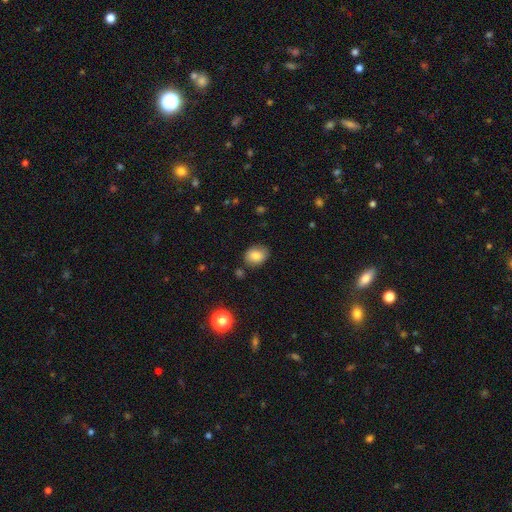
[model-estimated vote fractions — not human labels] A smooth galaxy with no disk features (83%) that is in between round and cigar-shaped (59%).

Vote fractions:
- Smooth or featured? smooth: 83% / star or artifact: 10% / featured or disk: 8%
- How rounded? in between: 59% / round: 40% / cigar-shaped: 1%
- Merging? none: 79% / minor disturbance: 15% / major disturbance: 3% / merger: 3%